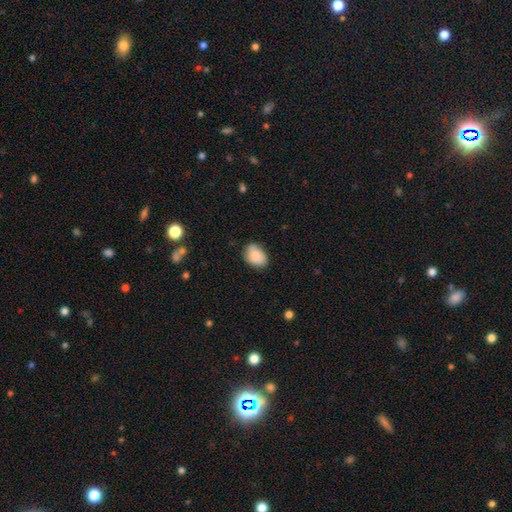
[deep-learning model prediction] Morphology: type=smooth (85%); roundness=in between (79%); merging=none (74%).